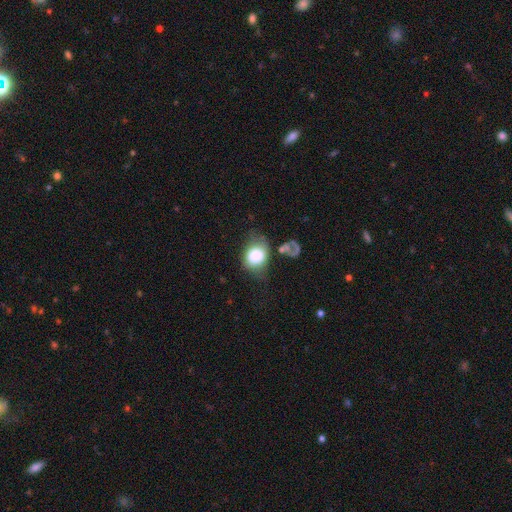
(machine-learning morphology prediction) This appears to be a smooth galaxy with no disk features (78%) that is in between round and cigar-shaped (51%). Merging: none (40%).